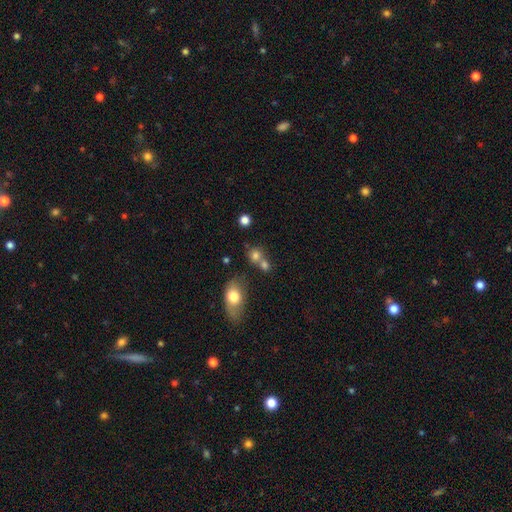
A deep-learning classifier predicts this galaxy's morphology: Smooth or featured? smooth (78%)
How rounded? round (76%)
Merging? none (47%)